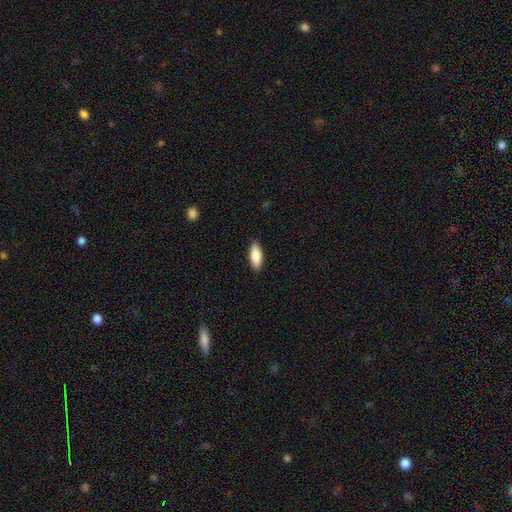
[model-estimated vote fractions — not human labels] smooth-or-featured: smooth: 85% | featured or disk: 9% | star or artifact: 6%
  how-rounded: in between: 77% | cigar-shaped: 21% | round: 2%
  merging: none: 89% | minor disturbance: 8% | major disturbance: 2% | merger: 1%